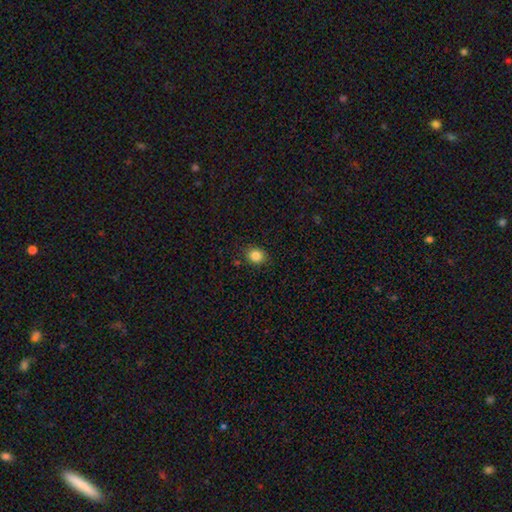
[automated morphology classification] This is clearly a smooth galaxy (85%). How rounded: likely round (61%). Merging: clearly none (87%).